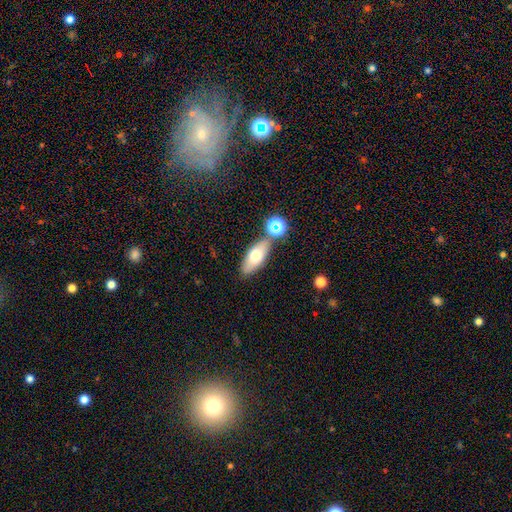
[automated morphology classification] The model was most divided on "smooth or featured": smooth: 70%, featured or disk: 22%, star or artifact: 9%. More confident: how rounded — in between (76%); merging — none (75%).